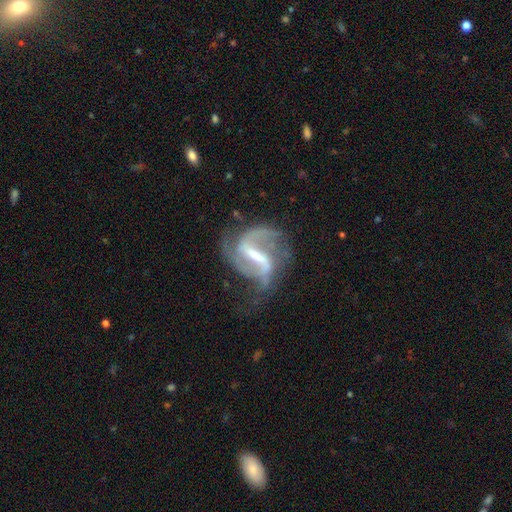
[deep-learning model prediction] Smooth or featured?
  - featured or disk: 89% *
  - star or artifact: 6%
  - smooth: 5%
Edge-on disk?
  - no: 97% *
  - yes: 3%
Bar?
  - strong: 63% *
  - weak: 30%
  - no: 6%
Spiral arms?
  - yes: 95% *
  - no: 5%
Spiral winding?
  - medium: 49% *
  - loose: 36%
  - tight: 15%
Spiral arm count?
  - 2: 74% *
  - 3: 11%
  - can't tell: 7%
  - 1: 4%
  - 4: 3%
  - more than 4: 2%
Bulge size?
  - small: 45% *
  - moderate: 36%
  - none: 13%
  - large: 4%
  - dominant: 1%
Merging?
  - none: 52% *
  - major disturbance: 23%
  - minor disturbance: 22%
  - merger: 3%